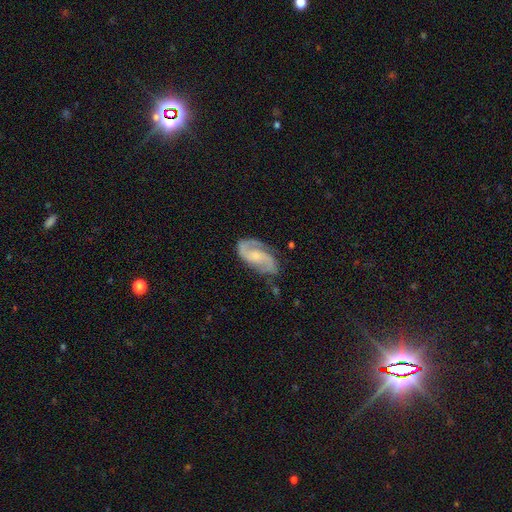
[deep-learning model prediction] featured or disk 85%, smooth 9%, star or artifact 6%. Down the decision tree: edge-on disk — no (97%); bar — no (53%); spiral arms — yes (97%); spiral arm count — 2 (89%); spiral winding — medium (53%); bulge size — small (48%); merging — none (69%).